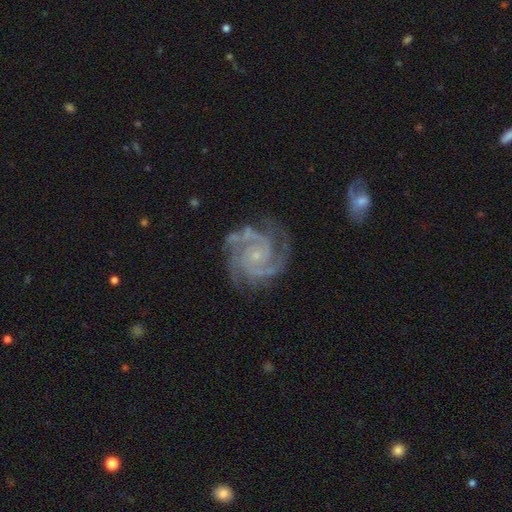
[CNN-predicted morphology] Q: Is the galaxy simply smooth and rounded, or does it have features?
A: featured or disk — 92%.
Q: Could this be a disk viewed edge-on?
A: no — 98%.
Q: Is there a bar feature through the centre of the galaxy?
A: no — 72%.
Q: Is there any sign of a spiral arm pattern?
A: yes — 99%.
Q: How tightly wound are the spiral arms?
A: tight — 65%.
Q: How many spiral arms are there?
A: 2 — 41%.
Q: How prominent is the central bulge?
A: small — 82%.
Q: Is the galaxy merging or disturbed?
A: none — 74%.